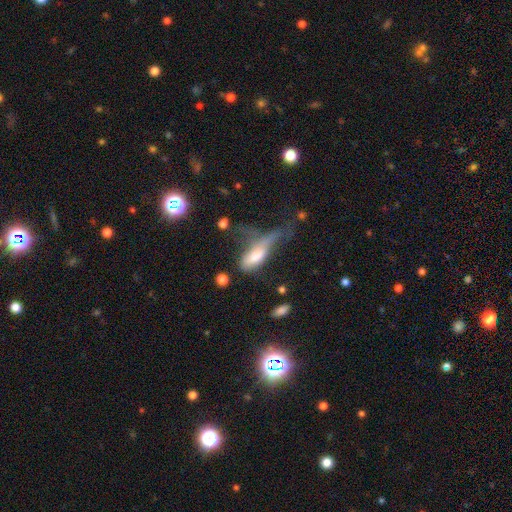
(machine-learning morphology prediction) A smooth galaxy with no disk features (65%) that is in between round and cigar-shaped (70%). Merging: major disturbance (57%).